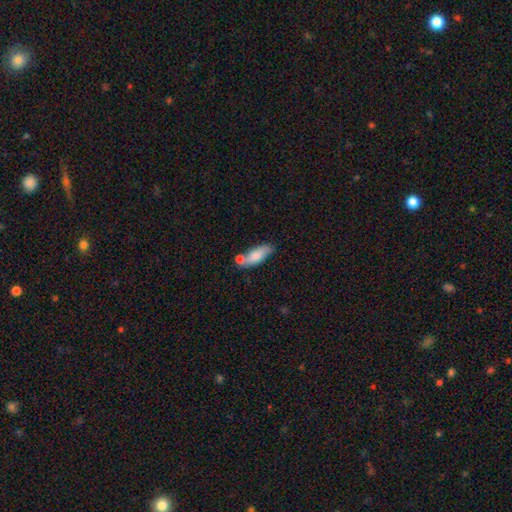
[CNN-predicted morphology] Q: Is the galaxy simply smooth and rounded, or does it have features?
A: smooth — 76%.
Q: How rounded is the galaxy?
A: in between — 69%.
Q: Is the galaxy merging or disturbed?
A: none — 51%.